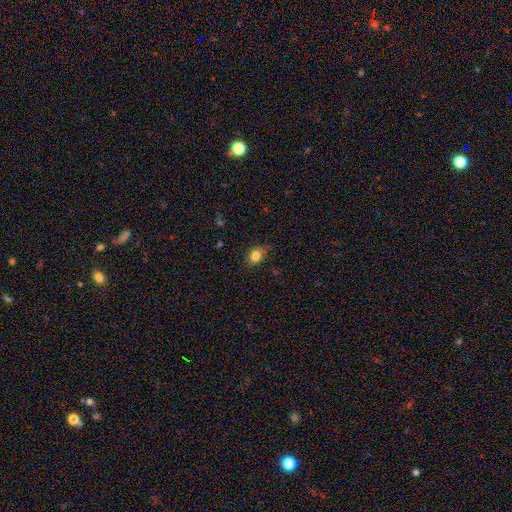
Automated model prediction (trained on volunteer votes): Smooth or featured?
  - smooth: 81% *
  - star or artifact: 12%
  - featured or disk: 7%
How rounded?
  - round: 49% * (tied)
  - in between: 49% * (tied)
  - cigar-shaped: 1%
Merging?
  - none: 76% *
  - minor disturbance: 18%
  - major disturbance: 4%
  - merger: 2%